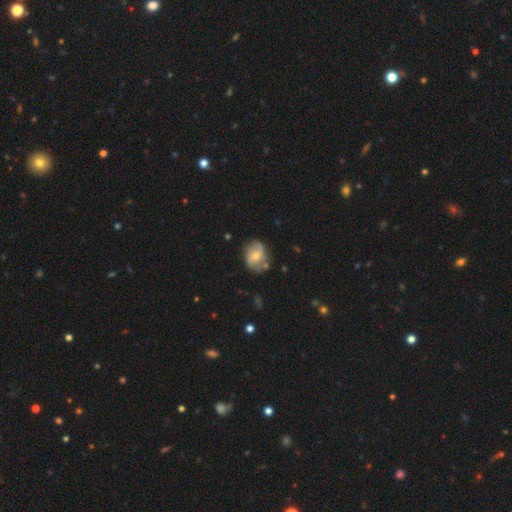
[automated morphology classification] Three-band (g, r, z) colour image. It shows a featured or disk galaxy (53%) with no bar (58%), spiral arms (71%) and a small central bulge (51%). Merging: none (61%).